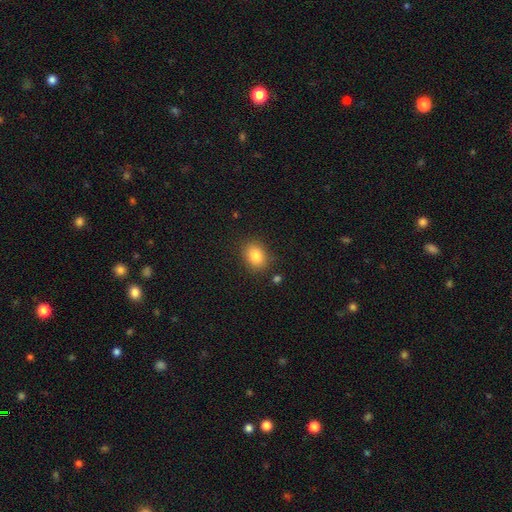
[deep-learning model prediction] Smooth or featured? Predicted: smooth (p=0.84). How rounded? Predicted: in between (p=0.57). Merging? Predicted: none (p=0.83).